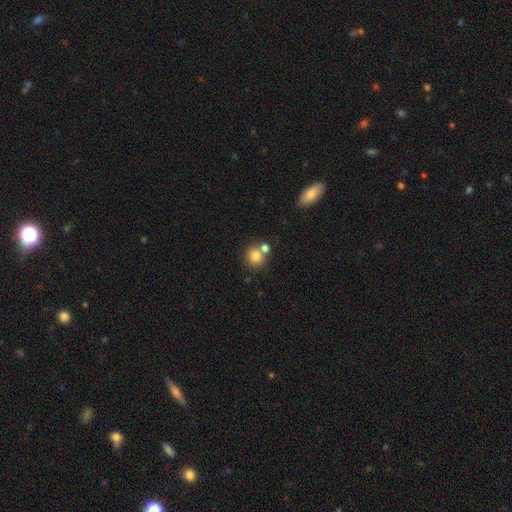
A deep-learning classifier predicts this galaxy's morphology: smooth-or-featured: smooth: 80% | star or artifact: 11% | featured or disk: 9%
  how-rounded: round: 84% | in between: 16% | cigar-shaped: 1%
  merging: none: 58% | merger: 31% | minor disturbance: 8% | major disturbance: 3%